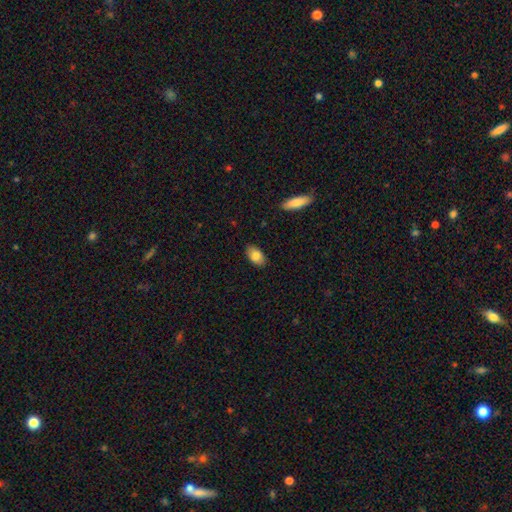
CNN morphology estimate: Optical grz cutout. It shows a smooth galaxy with no disk features (82%) that is in between round and cigar-shaped (92%). Merging: none (86%).